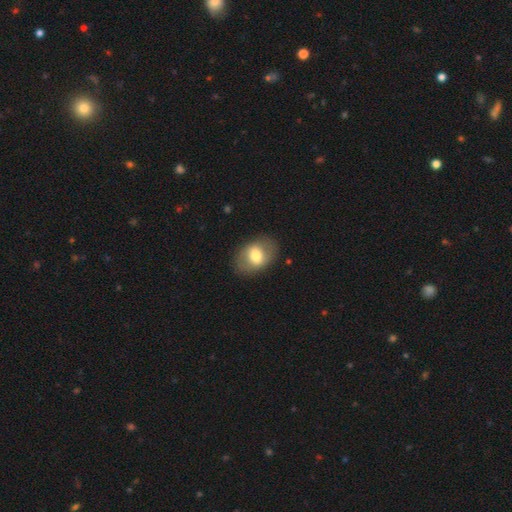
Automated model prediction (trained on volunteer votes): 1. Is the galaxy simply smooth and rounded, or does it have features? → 64% smooth, 29% featured or disk, 7% star or artifact.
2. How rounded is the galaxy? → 76% in between, 22% round, 1% cigar-shaped.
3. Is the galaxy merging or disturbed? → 83% none, 11% minor disturbance, 5% major disturbance, 1% merger.